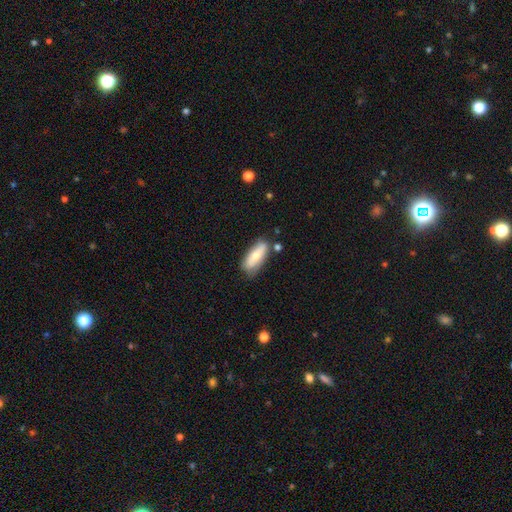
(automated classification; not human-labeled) Smooth or featured? smooth (67%)
How rounded? in between (66%)
Merging? none (72%)